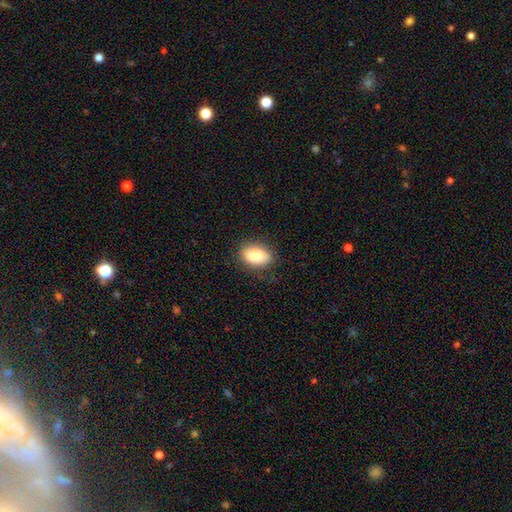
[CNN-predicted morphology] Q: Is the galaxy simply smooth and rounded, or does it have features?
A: smooth — 86%.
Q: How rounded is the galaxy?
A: in between — 88%.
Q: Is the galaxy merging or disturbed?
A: none — 83%.